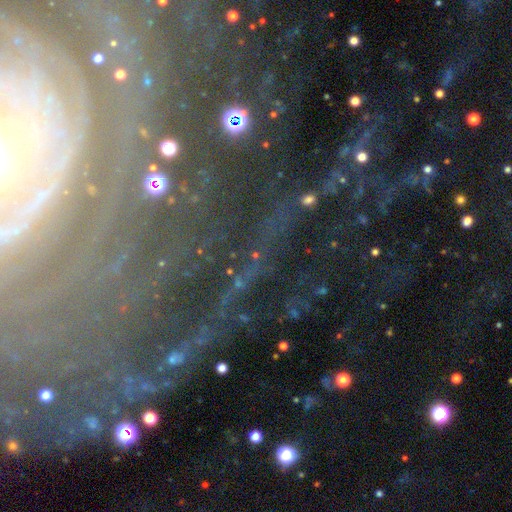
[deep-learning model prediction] The model was most divided on "smooth or featured": star or artifact: 72%, featured or disk: 17%, smooth: 10%.